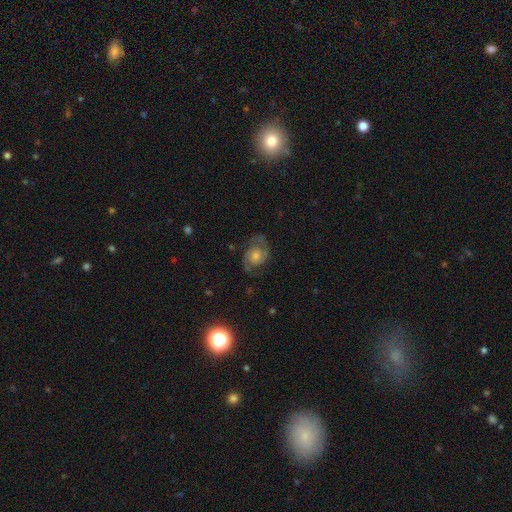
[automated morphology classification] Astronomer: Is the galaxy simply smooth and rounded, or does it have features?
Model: featured or disk — 80%.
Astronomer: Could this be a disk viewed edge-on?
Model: no — 98%.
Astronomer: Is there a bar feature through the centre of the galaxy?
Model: no — 69%.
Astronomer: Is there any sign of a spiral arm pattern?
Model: yes — 95%.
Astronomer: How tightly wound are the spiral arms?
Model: medium — 53% (runner-up: tight, 31%).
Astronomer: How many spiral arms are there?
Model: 2 — 90%.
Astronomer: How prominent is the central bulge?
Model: moderate — 56%.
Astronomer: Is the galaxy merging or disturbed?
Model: none — 78%.